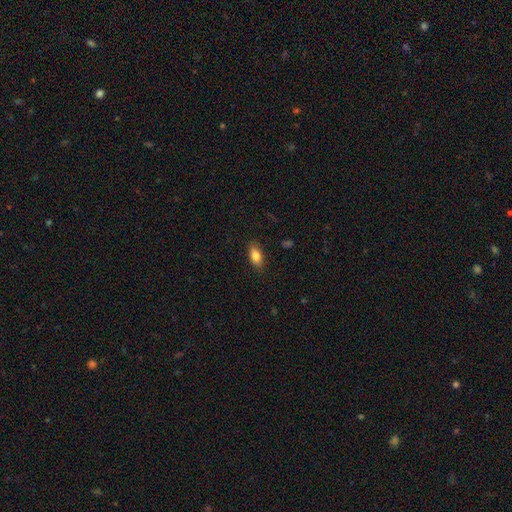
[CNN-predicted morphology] smooth 83%, featured or disk 10%, star or artifact 8%. Down the decision tree: how rounded — in between (87%); merging — none (86%).